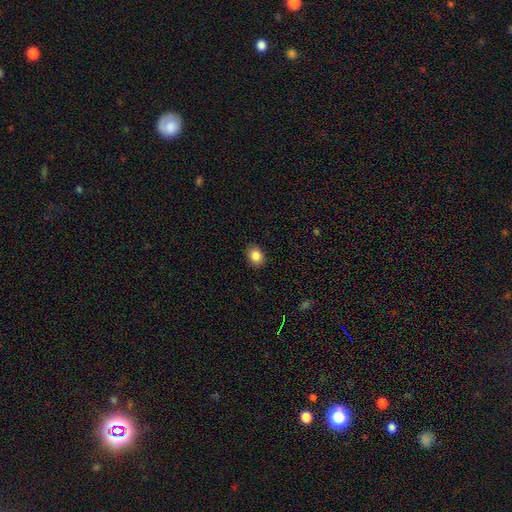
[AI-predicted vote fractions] Smooth or featured? Predicted: smooth (p=0.86). How rounded? Predicted: in between (p=0.52). Merging? Predicted: none (p=0.89).